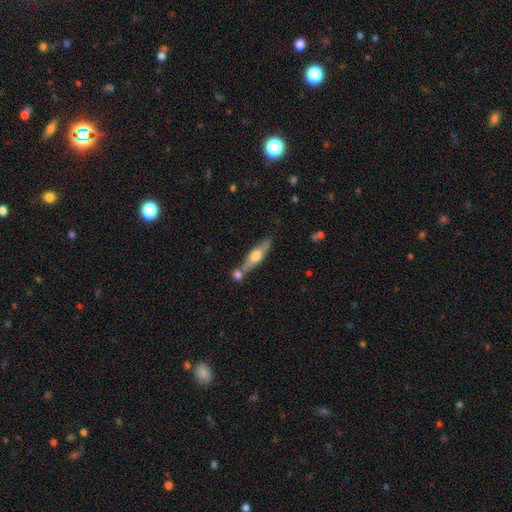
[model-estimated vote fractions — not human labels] Smooth or featured?
  - featured or disk: 48% *
  - smooth: 47%
  - star or artifact: 5%
Merging?
  - none: 60% *
  - merger: 24%
  - minor disturbance: 13%
  - major disturbance: 4%